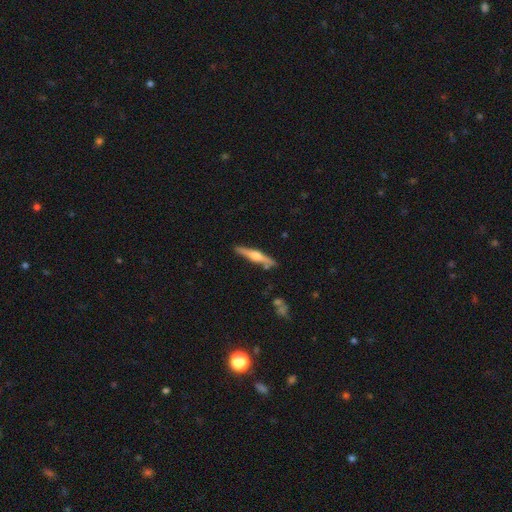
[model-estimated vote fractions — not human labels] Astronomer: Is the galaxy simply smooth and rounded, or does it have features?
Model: featured or disk — 63%.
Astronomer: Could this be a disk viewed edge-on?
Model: yes — 97%.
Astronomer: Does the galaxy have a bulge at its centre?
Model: rounded — 88%.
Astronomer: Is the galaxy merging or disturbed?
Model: none — 85%.